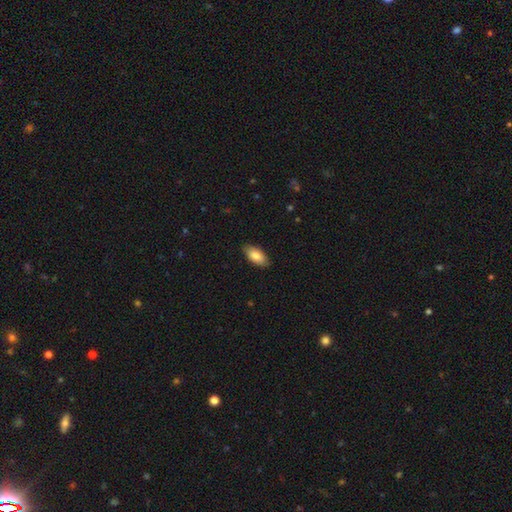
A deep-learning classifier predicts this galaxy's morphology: A smooth galaxy with no disk features (83%) that is in between round and cigar-shaped (91%). Merging: none (85%).